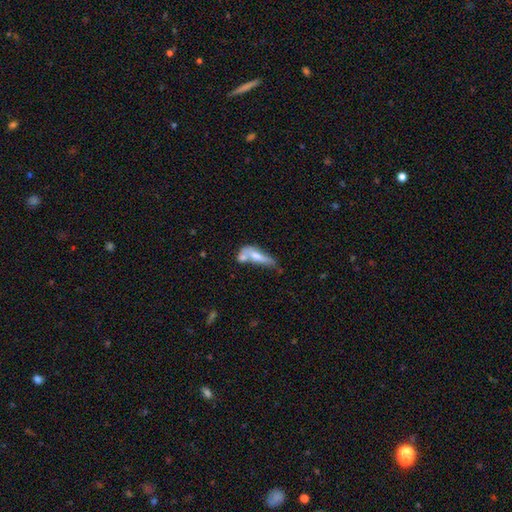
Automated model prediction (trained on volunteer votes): smooth 58%, featured or disk 33%, star or artifact 8%. Down the decision tree: how rounded — in between (53%); merging — merger (46%).